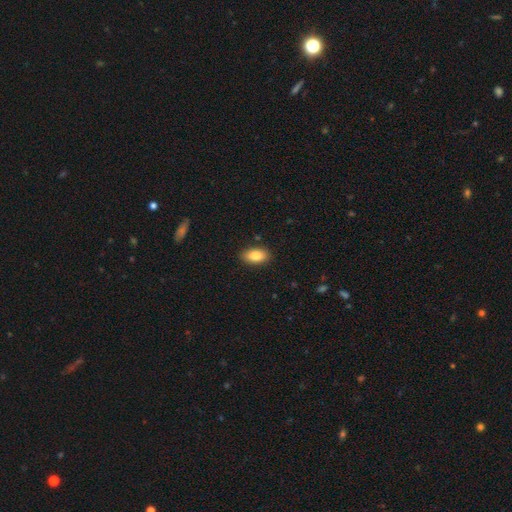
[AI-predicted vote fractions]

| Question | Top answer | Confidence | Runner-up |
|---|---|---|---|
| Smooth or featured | smooth | 84% | featured or disk (8%) |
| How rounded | in between | 91% | round (6%) |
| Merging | none | 87% | minor disturbance (9%) |